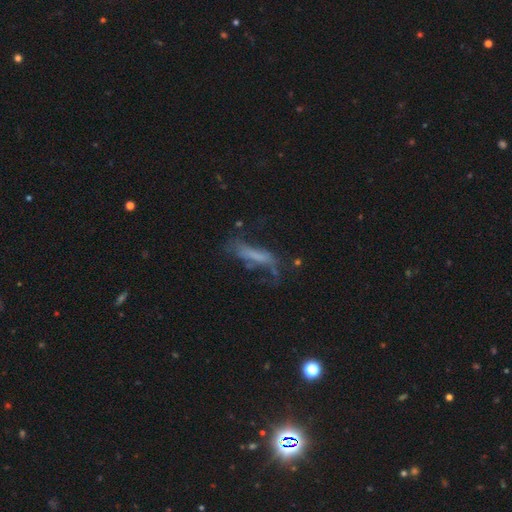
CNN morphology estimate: Smooth or featured?
  - featured or disk: 45% *
  - smooth: 38%
  - star or artifact: 16%
Merging?
  - none: 37% *
  - major disturbance: 34%
  - minor disturbance: 23%
  - merger: 7%